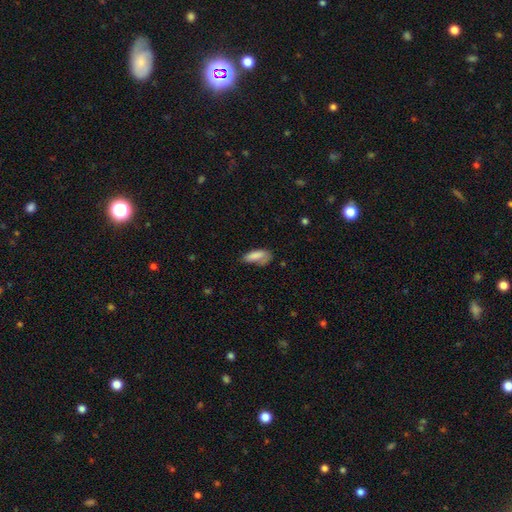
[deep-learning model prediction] Smooth or featured: smooth — 81% (featured or disk — 11%)
How rounded: in between — 68% (cigar-shaped — 30%)
Merging: none — 45% (minor disturbance — 33%)